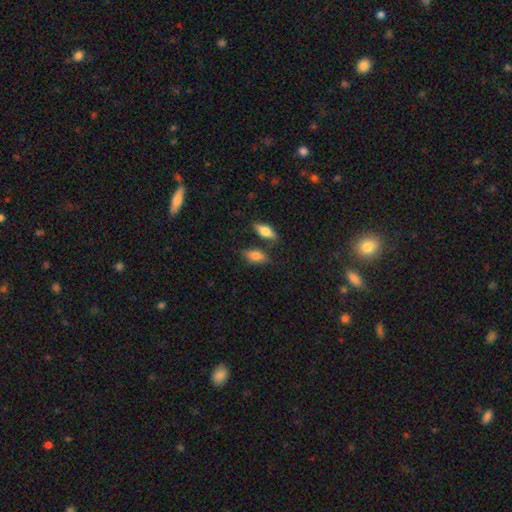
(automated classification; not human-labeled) Smooth or featured: smooth — 75% (featured or disk — 17%)
How rounded: in between — 77% (cigar-shaped — 19%)
Merging: none — 64% (minor disturbance — 17%)